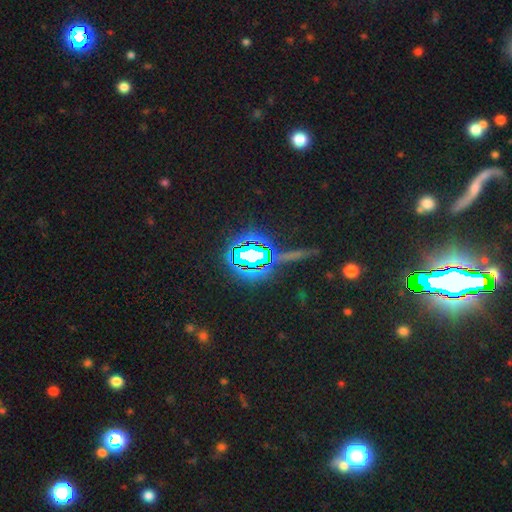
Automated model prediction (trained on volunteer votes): A star or artifact, not a galaxy (73%).

Vote fractions:
- Smooth or featured? star or artifact: 73% / smooth: 14% / featured or disk: 12%